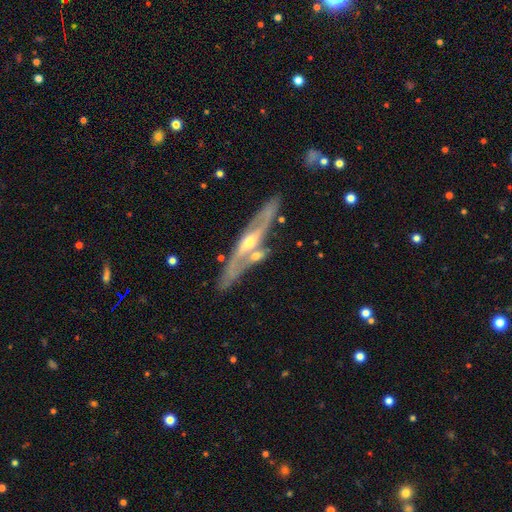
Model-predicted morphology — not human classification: This appears to be a featured or disk galaxy (79%) viewed edge-on (51%). Merging: none (63%).